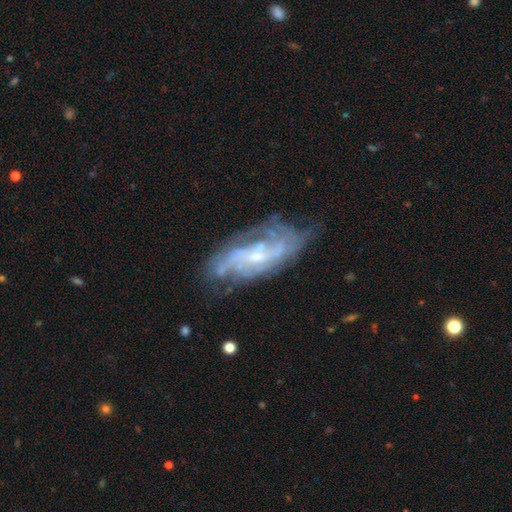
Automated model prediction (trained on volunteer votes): A featured or disk galaxy (82%) with a weak bar (44%), medium (41%) spiral arms (89%) and a small central bulge (64%).

Vote fractions:
- Smooth or featured? featured or disk: 82% / smooth: 11% / star or artifact: 7%
- Edge-on disk? no: 91% / yes: 9%
- Bar? weak: 44% / no: 43% / strong: 13%
- Spiral arms? yes: 89% / no: 11%
- Spiral winding? medium: 41% / tight: 39% / loose: 20%
- Spiral arm count? can't tell: 40% / 2: 29% / 3: 14% / 4: 9% / more than 4: 5% / 1: 4%
- Bulge size? small: 64% / moderate: 29% / none: 5% / large: 2% / dominant: 1%
- Merging? none: 63% / minor disturbance: 22% / major disturbance: 12% / merger: 3%